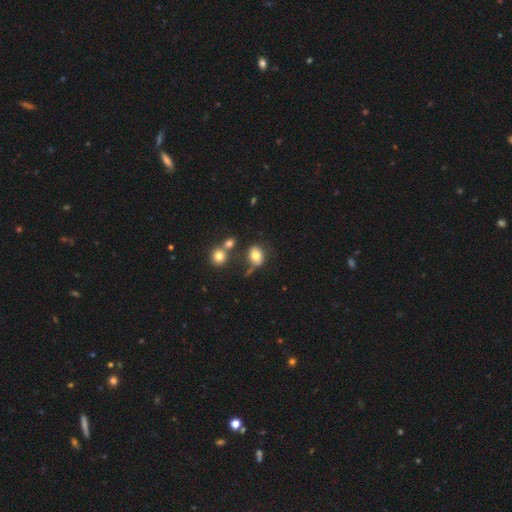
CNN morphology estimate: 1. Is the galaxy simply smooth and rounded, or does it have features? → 75% smooth, 15% featured or disk, 11% star or artifact.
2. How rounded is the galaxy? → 50% in between, 49% round, 1% cigar-shaped.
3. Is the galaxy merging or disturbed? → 48% none, 22% minor disturbance, 17% merger, 13% major disturbance.